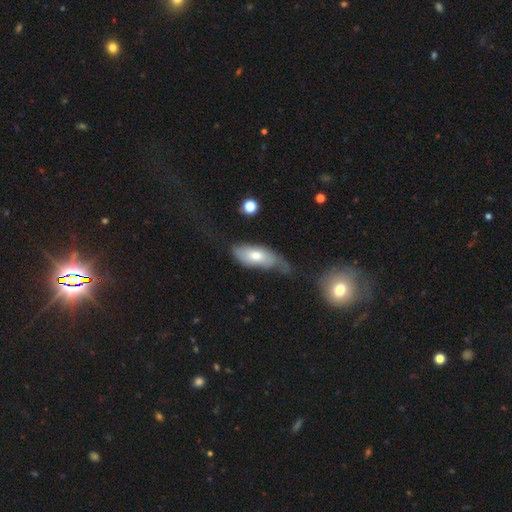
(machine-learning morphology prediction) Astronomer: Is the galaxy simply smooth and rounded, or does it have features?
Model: smooth — 61%.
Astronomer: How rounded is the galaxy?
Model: in between — 83%.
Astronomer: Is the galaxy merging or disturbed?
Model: minor disturbance — 36% (runner-up: none, 31%).